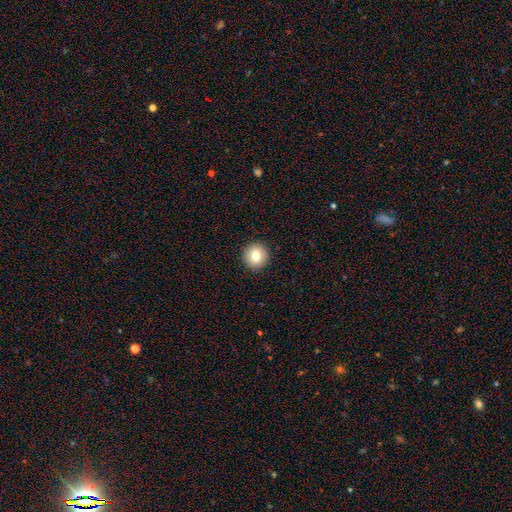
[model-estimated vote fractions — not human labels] Smooth or featured?
  - smooth: 79% *
  - featured or disk: 12%
  - star or artifact: 10%
How rounded?
  - round: 95% *
  - in between: 4%
  - cigar-shaped: 1%
Merging?
  - none: 93% *
  - minor disturbance: 4%
  - major disturbance: 2%
  - merger: 1%